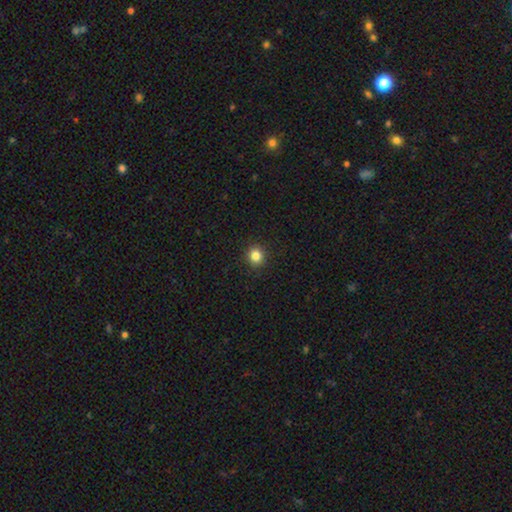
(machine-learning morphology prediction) Overall: smooth (83%). How rounded: round (90%). Merging: none (92%).